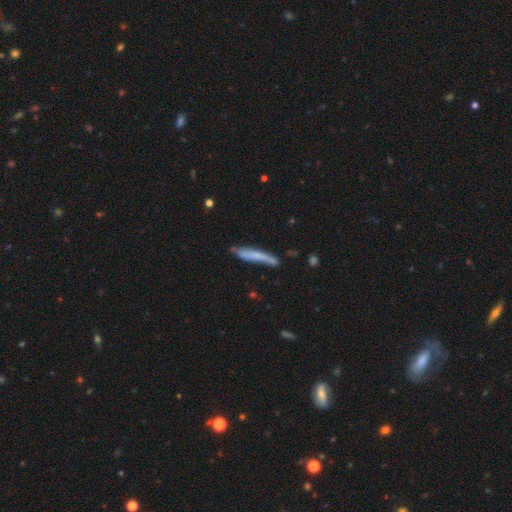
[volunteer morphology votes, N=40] Smooth or featured? smooth (62%)
How rounded? cigar-shaped (100%)
Merging? none (51%)